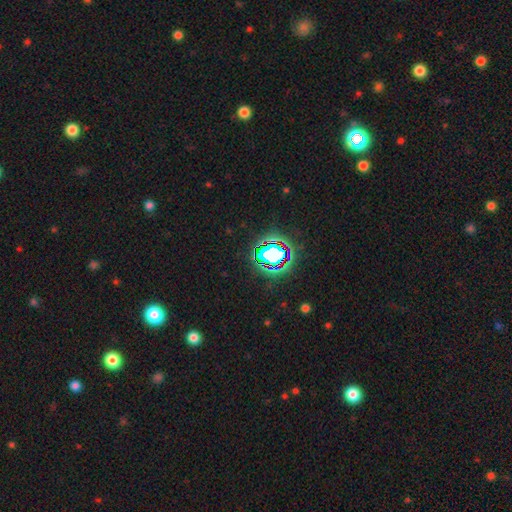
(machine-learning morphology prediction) Overall: star or artifact (80%).